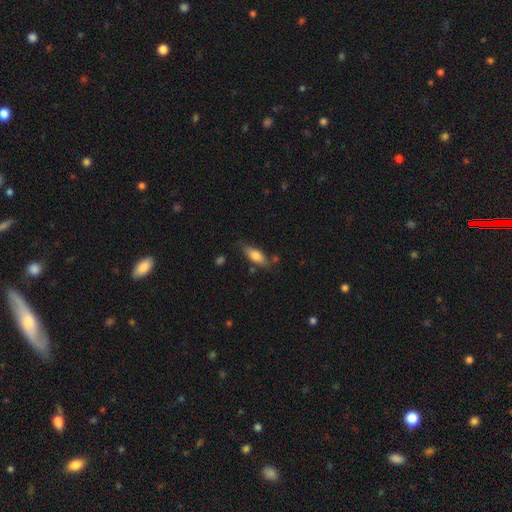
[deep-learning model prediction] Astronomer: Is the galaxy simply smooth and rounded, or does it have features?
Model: smooth — 74%.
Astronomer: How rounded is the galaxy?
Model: in between — 66%.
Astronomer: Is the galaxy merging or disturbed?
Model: none — 74%.